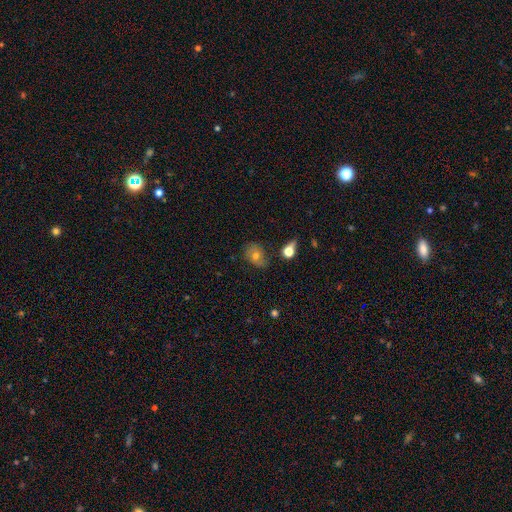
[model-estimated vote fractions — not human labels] Overall: smooth (53%; featured or disk 35%). How rounded: in between (62%; round 36%). Merging: none (63%; minor disturbance 24%).